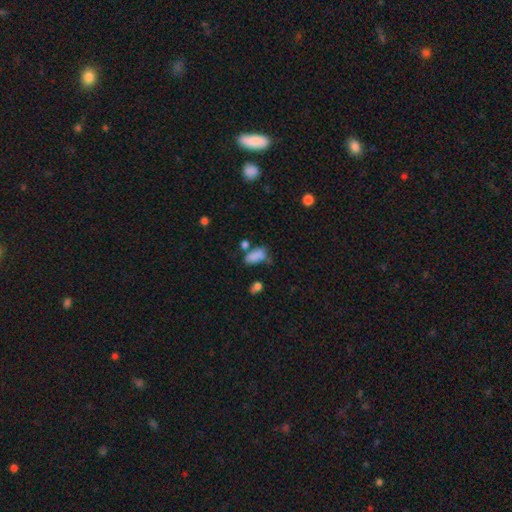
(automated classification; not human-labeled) smooth_or_featured: smooth (p=0.80) [alt: star or artifact p=0.11]
how_rounded: in between (p=0.87) [alt: cigar-shaped p=0.08]
merging: none (p=0.42) [alt: minor disturbance p=0.27]